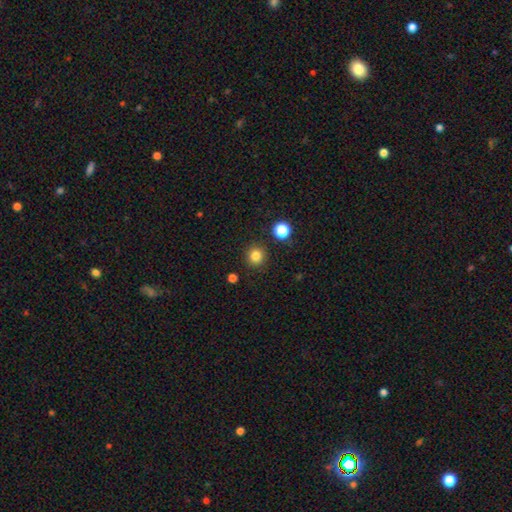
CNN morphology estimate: The model was most divided on "smooth or featured": smooth: 83%, star or artifact: 12%, featured or disk: 5%. More confident: how rounded — round (92%); merging — none (90%).